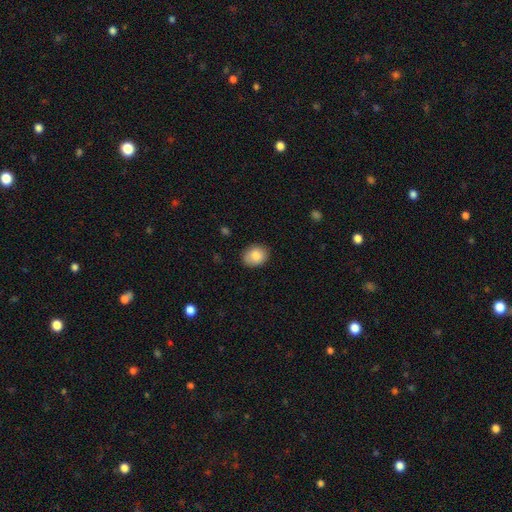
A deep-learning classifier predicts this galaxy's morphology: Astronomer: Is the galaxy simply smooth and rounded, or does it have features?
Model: smooth — 86%.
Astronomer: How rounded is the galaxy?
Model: in between — 51% (runner-up: round, 48%).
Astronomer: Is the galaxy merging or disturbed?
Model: none — 84%.